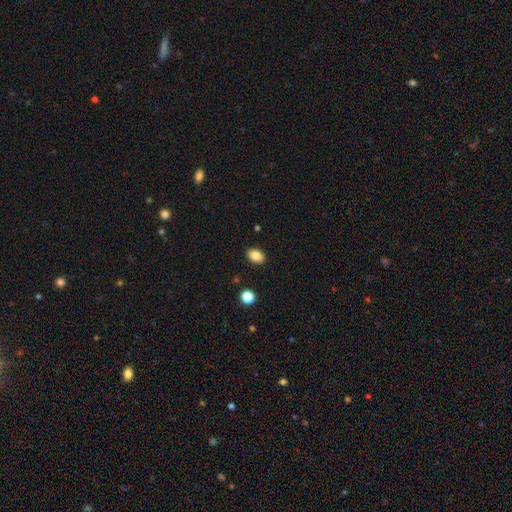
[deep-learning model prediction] A smooth galaxy with no disk features (85%) that is in between round and cigar-shaped (84%).

Vote fractions:
- Smooth or featured? smooth: 85% / star or artifact: 9% / featured or disk: 6%
- How rounded? in between: 84% / round: 15% / cigar-shaped: 1%
- Merging? none: 89% / minor disturbance: 8% / major disturbance: 2% / merger: 1%